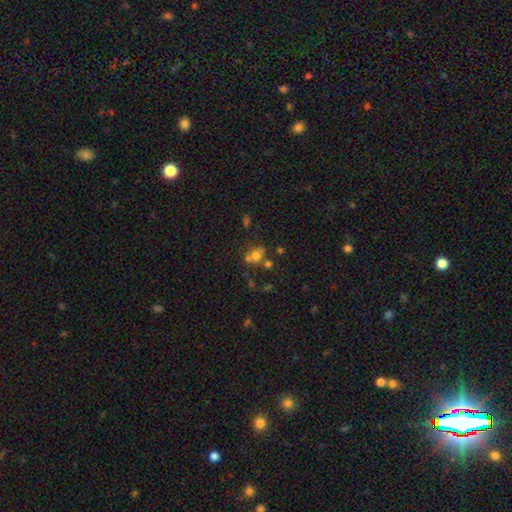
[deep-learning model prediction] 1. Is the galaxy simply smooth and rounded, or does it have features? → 63% smooth, 20% featured or disk, 17% star or artifact.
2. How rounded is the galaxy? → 57% round, 42% in between, 2% cigar-shaped.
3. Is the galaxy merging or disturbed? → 45% none, 33% merger, 14% minor disturbance, 8% major disturbance.